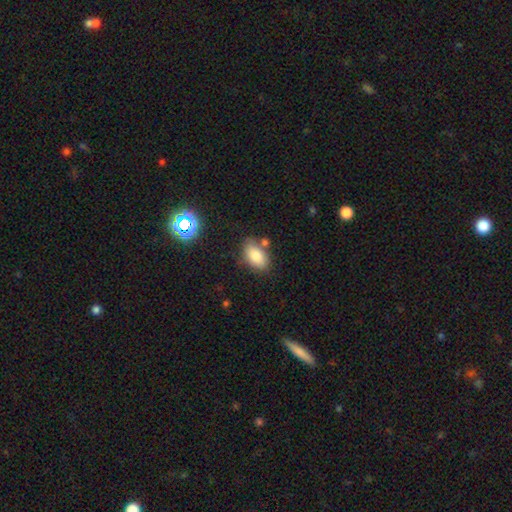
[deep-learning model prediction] smooth-or-featured: smooth: 82% | star or artifact: 9% | featured or disk: 9%
  how-rounded: in between: 90% | round: 8% | cigar-shaped: 2%
  merging: none: 70% | minor disturbance: 17% | merger: 9% | major disturbance: 4%